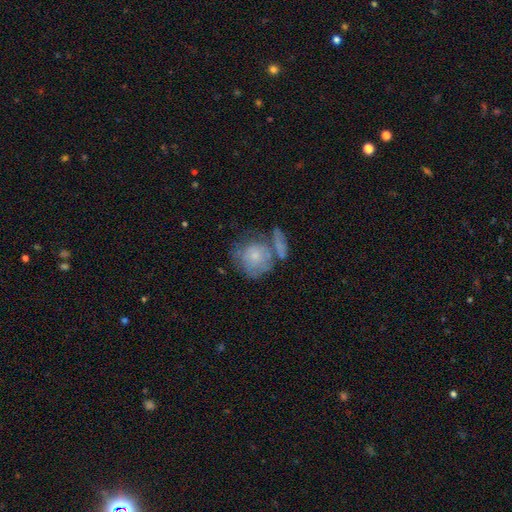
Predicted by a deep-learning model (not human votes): Q: Smooth or featured?
A: smooth (54%); runner-up: featured or disk (37%)
Q: How rounded?
A: round (81%); runner-up: in between (18%)
Q: Merging?
A: none (38%); runner-up: merger (29%)